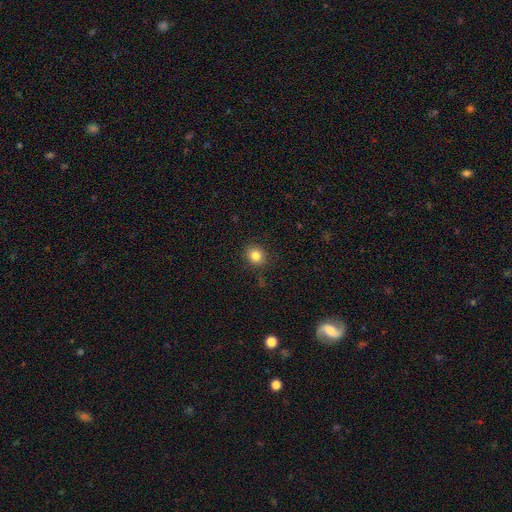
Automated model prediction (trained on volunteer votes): Smooth or featured? Predicted: smooth (p=0.83). How rounded? Predicted: round (p=0.74). Merging? Predicted: none (p=0.88).